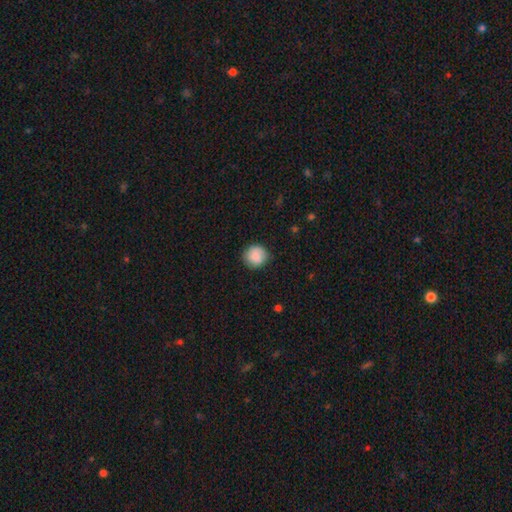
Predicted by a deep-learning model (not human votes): Morphology: type=smooth (87%); roundness=round (91%); merging=none (84%).